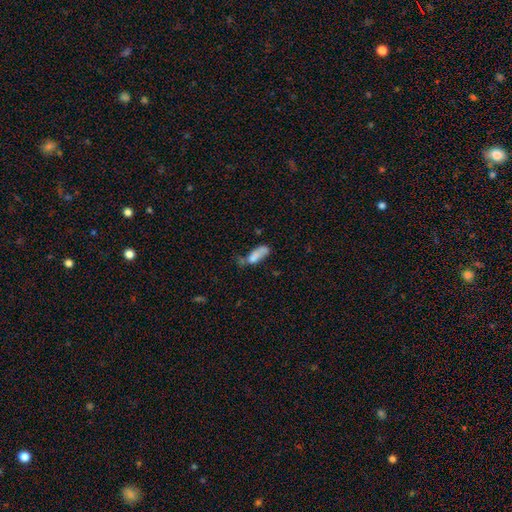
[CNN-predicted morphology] Smooth or featured?
  - smooth: 69% *
  - featured or disk: 20%
  - star or artifact: 11%
How rounded?
  - in between: 70% *
  - cigar-shaped: 26%
  - round: 3%
Merging?
  - none: 26% *
  - minor disturbance: 25%
  - merger: 25%
  - major disturbance: 24%